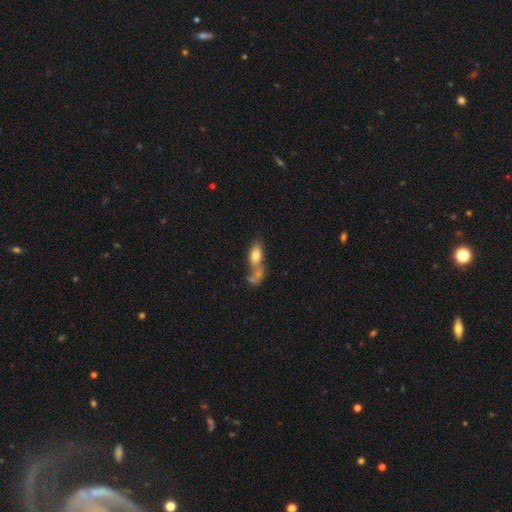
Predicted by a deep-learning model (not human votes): smooth_or_featured: smooth (p=0.71) [alt: featured or disk p=0.21]
how_rounded: in between (p=0.77) [alt: cigar-shaped p=0.15]
merging: merger (p=0.50) [alt: none p=0.26]